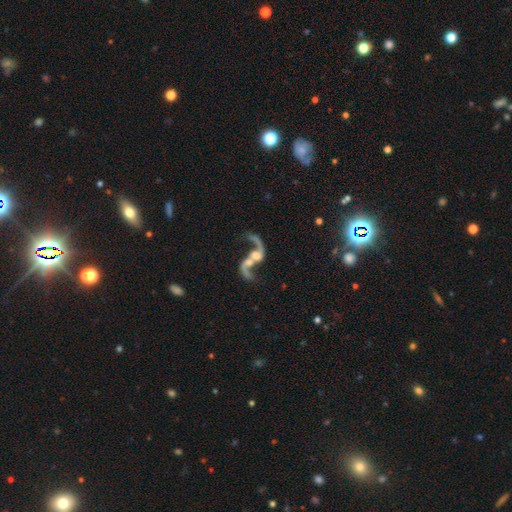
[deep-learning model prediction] This appears to be a featured or disk galaxy (85%) with no bar (49%), 2 (88%) loose (88%) spiral arms (91%) and a moderate central bulge (39%). Merging: none (40%).